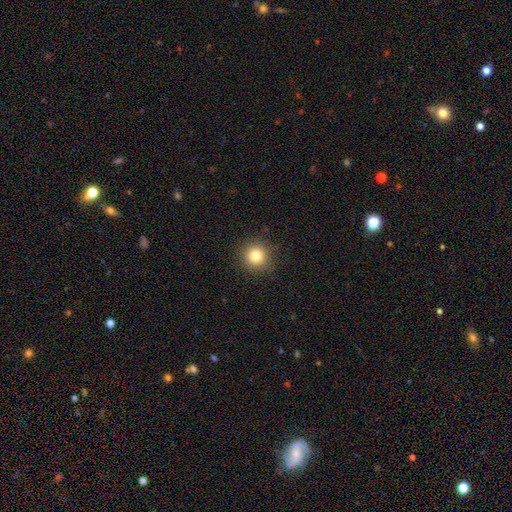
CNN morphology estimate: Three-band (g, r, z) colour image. It shows a smooth galaxy with no disk features (81%) that is round (93%). Merging: none (89%).